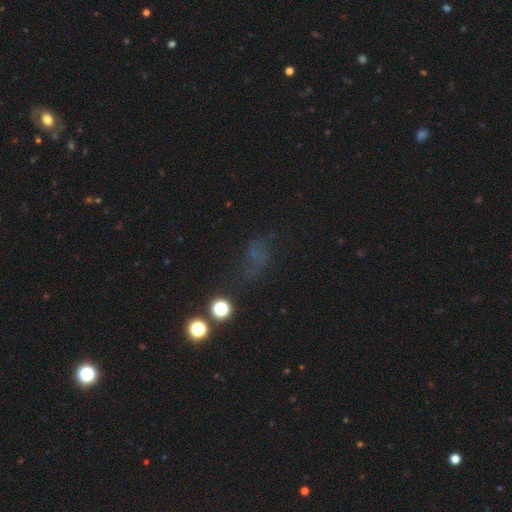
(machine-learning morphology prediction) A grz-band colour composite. It shows a star or artifact, not a galaxy (40%).